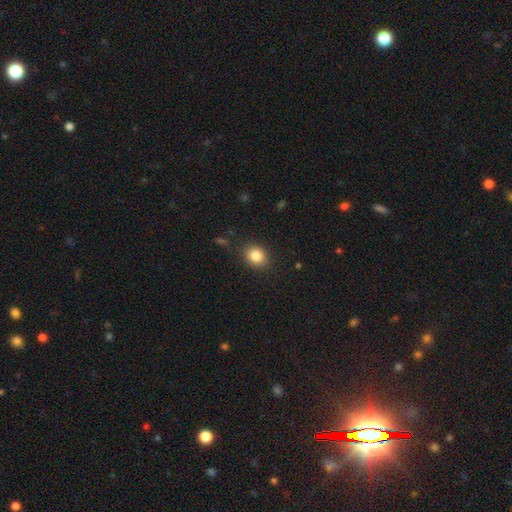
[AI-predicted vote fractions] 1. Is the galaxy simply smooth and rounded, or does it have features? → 84% smooth, 10% star or artifact, 6% featured or disk.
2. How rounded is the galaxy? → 54% round, 45% in between, 1% cigar-shaped.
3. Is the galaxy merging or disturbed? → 85% none, 10% minor disturbance, 3% major disturbance, 1% merger.